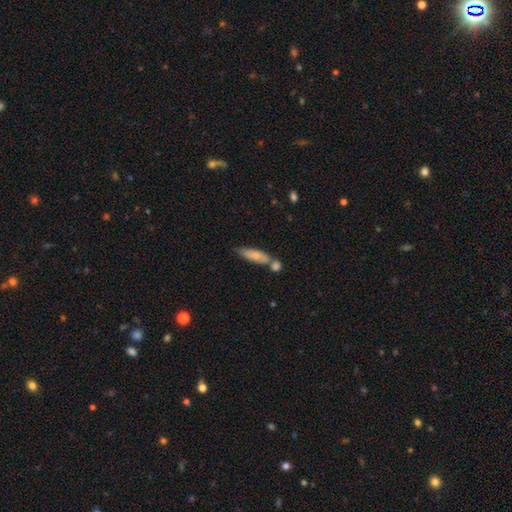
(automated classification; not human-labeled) Q: Smooth or featured?
A: smooth (70%); runner-up: featured or disk (23%)
Q: How rounded?
A: cigar-shaped (61%); runner-up: in between (37%)
Q: Merging?
A: none (45%); runner-up: merger (35%)